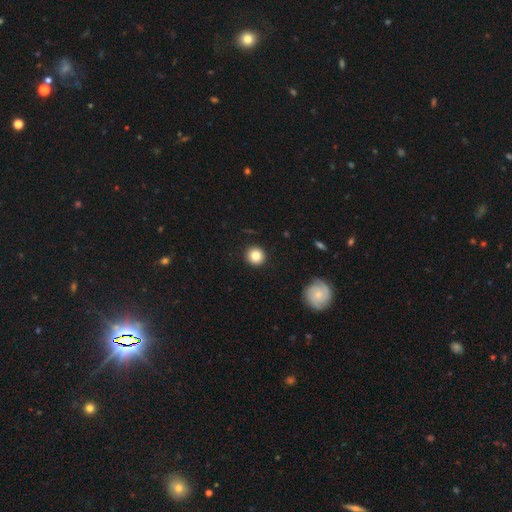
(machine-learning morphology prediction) Smooth or featured? smooth (84%)
How rounded? round (95%)
Merging? none (92%)